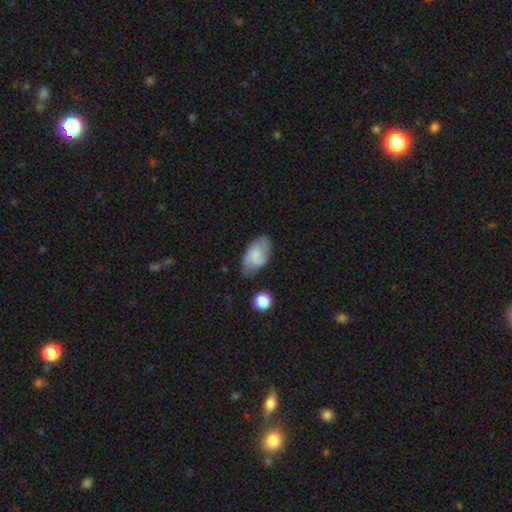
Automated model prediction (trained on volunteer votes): A smooth galaxy with no disk features (59%) that is in between round and cigar-shaped (93%).

Vote fractions:
- Smooth or featured? smooth: 59% / featured or disk: 33% / star or artifact: 8%
- How rounded? in between: 93% / round: 5% / cigar-shaped: 2%
- Merging? none: 64% / minor disturbance: 26% / major disturbance: 7% / merger: 3%